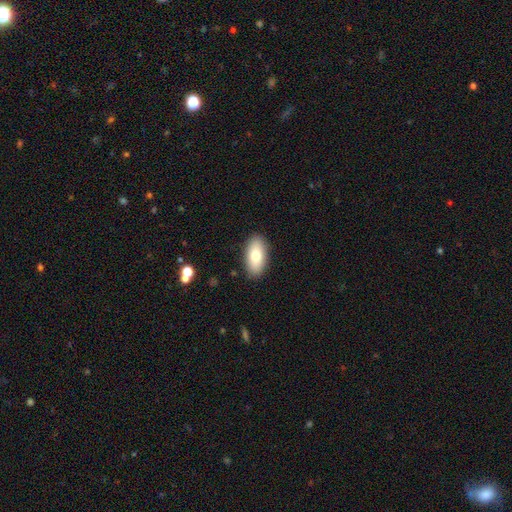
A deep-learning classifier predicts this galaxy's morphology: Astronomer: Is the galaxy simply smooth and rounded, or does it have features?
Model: smooth — 75%.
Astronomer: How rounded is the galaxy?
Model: in between — 92%.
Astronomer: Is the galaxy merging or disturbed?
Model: none — 88%.